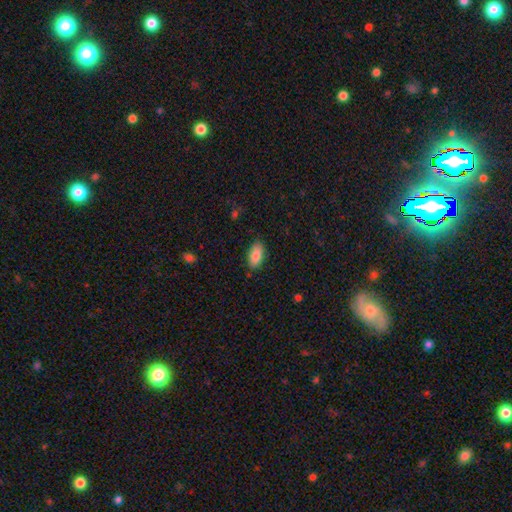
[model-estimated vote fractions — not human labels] smooth-or-featured: smooth: 85% | featured or disk: 8% | star or artifact: 7%
  how-rounded: in between: 92% | cigar-shaped: 5% | round: 3%
  merging: none: 83% | minor disturbance: 13% | major disturbance: 3% | merger: 1%